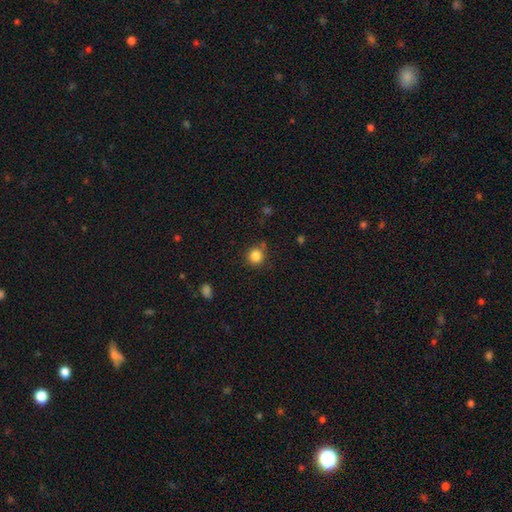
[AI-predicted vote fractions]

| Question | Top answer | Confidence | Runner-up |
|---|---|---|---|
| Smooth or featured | smooth | 84% | star or artifact (11%) |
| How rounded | round | 90% | in between (9%) |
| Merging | none | 78% | minor disturbance (12%) |